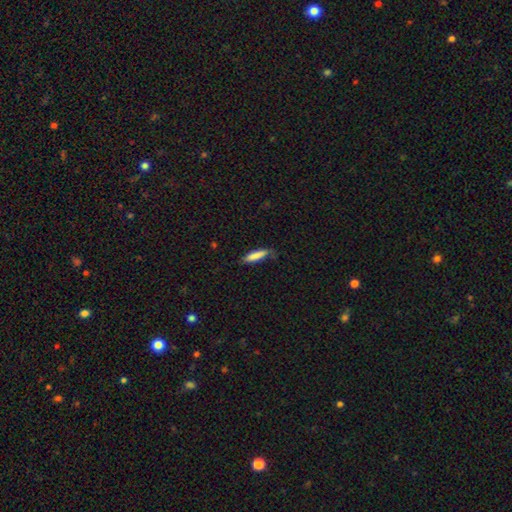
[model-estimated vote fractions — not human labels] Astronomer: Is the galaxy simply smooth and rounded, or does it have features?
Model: smooth — 83%.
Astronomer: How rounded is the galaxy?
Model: cigar-shaped — 76%.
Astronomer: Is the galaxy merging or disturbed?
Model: none — 68%.